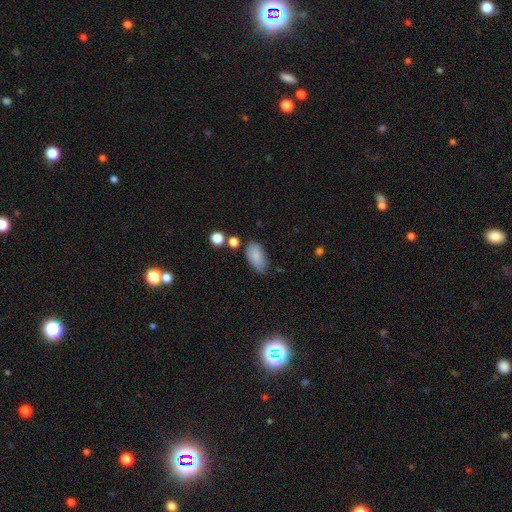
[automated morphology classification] The model was most divided on "merging": none: 66%, minor disturbance: 24%, major disturbance: 5%, merger: 5%. More confident: how rounded — in between (92%); smooth or featured — smooth (85%).